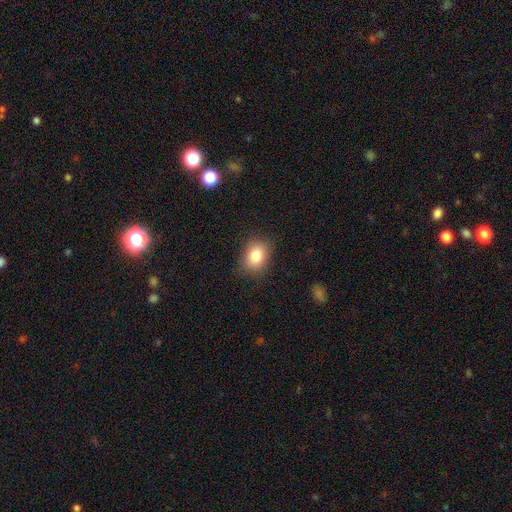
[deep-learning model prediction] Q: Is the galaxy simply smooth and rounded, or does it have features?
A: smooth — 83%.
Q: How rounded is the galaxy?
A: in between — 67%.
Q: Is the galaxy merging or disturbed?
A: none — 83%.